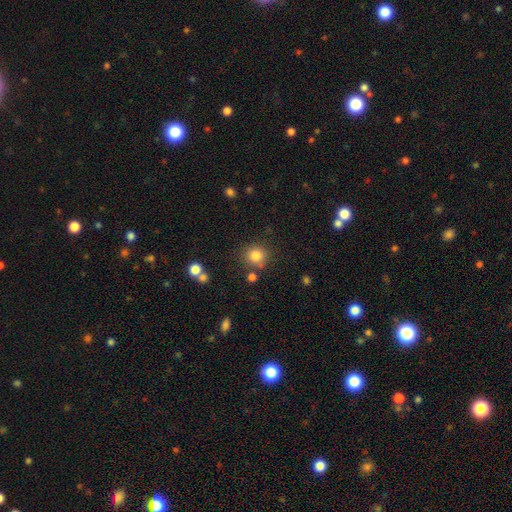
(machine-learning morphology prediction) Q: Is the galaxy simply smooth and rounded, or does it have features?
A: smooth — 82%.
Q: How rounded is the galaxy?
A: round — 90%.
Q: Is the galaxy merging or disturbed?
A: none — 79%.